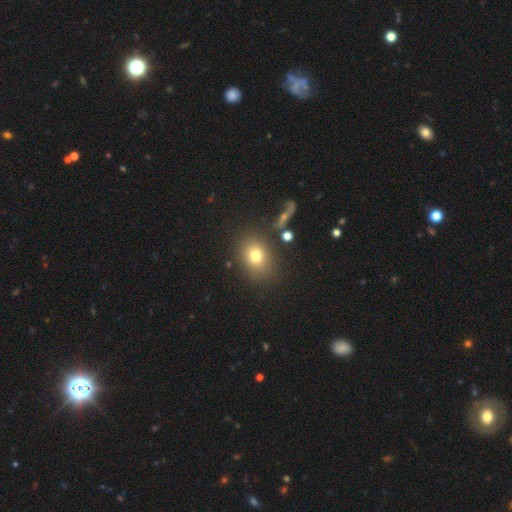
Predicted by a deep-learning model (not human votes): This is likely a smooth galaxy (75%). How rounded: possibly in between (50%). Merging: likely none (80%).